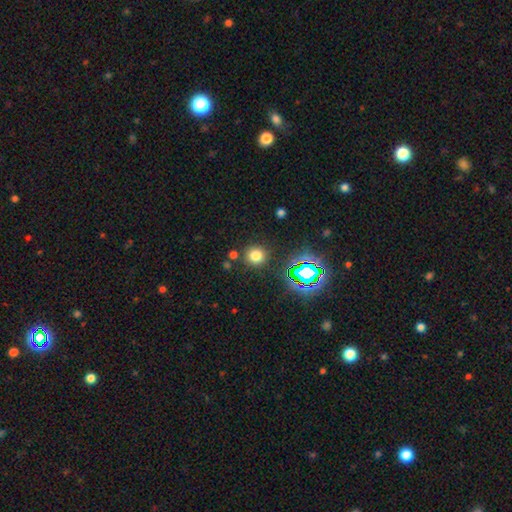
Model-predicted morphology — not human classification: A smooth galaxy with no disk features (72%) that is round (91%). Merging: none (84%).